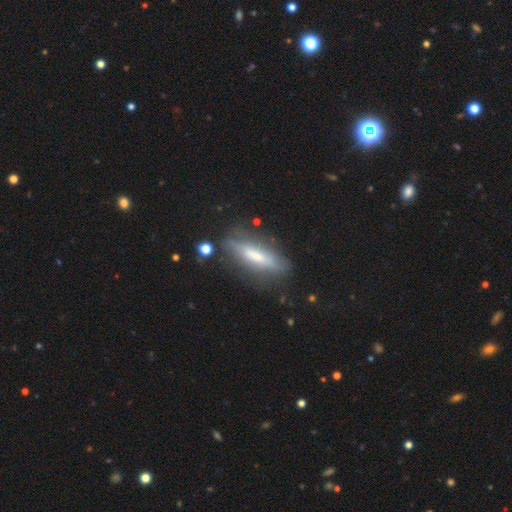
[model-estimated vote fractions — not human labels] smooth_or_featured: featured or disk (p=0.48) [alt: smooth p=0.44]
merging: none (p=0.72) [alt: minor disturbance p=0.18]